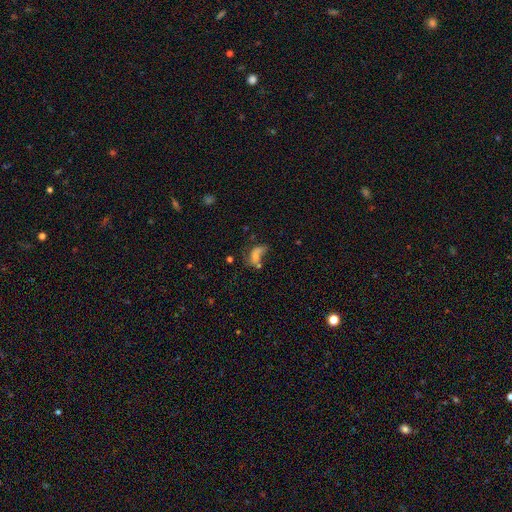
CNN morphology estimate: This appears to be a smooth galaxy with no disk features (52%) that is in between round and cigar-shaped (82%). Merging: major disturbance (31%).